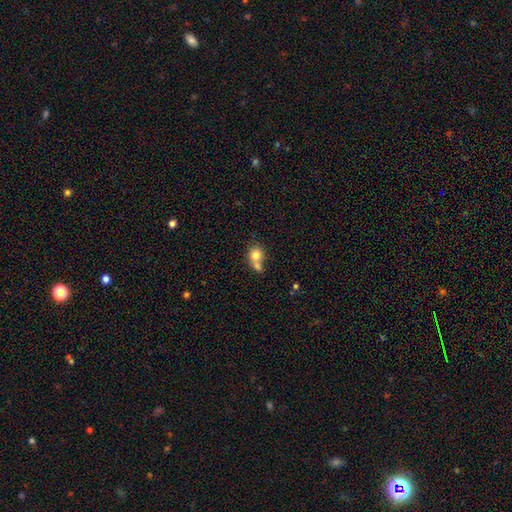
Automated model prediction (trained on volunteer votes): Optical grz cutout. It shows a smooth galaxy with no disk features (77%) that is round (74%). Merging: merger (52%).